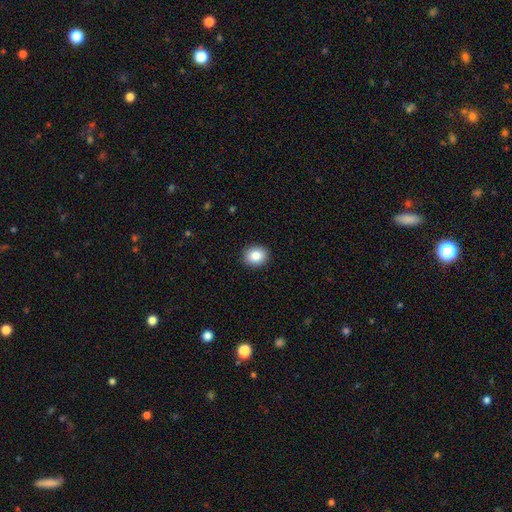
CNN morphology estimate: Q: Smooth or featured?
A: smooth (85%); runner-up: star or artifact (9%)
Q: How rounded?
A: round (63%); runner-up: in between (36%)
Q: Merging?
A: none (91%); runner-up: minor disturbance (6%)